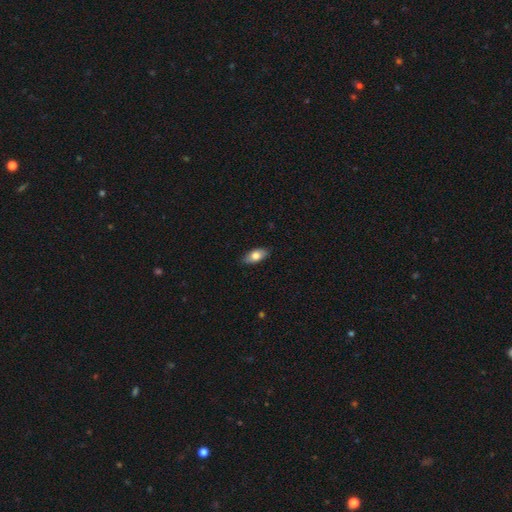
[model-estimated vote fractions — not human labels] smooth_or_featured: smooth (p=0.76) [alt: featured or disk p=0.18]
how_rounded: in between (p=0.90) [alt: cigar-shaped p=0.07]
merging: none (p=0.87) [alt: minor disturbance p=0.10]